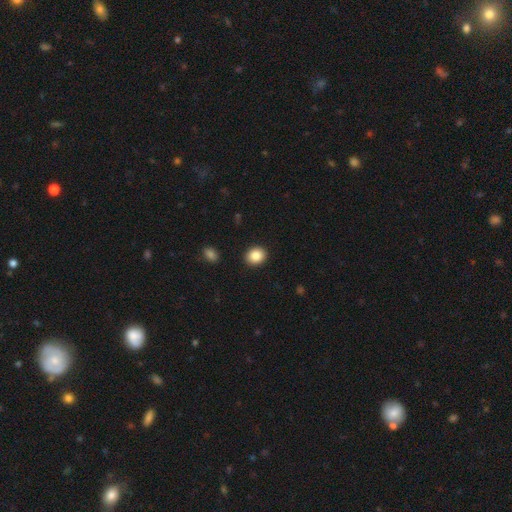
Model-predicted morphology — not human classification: Q: Smooth or featured?
A: smooth (86%); runner-up: star or artifact (9%)
Q: How rounded?
A: round (67%); runner-up: in between (33%)
Q: Merging?
A: none (92%); runner-up: minor disturbance (5%)